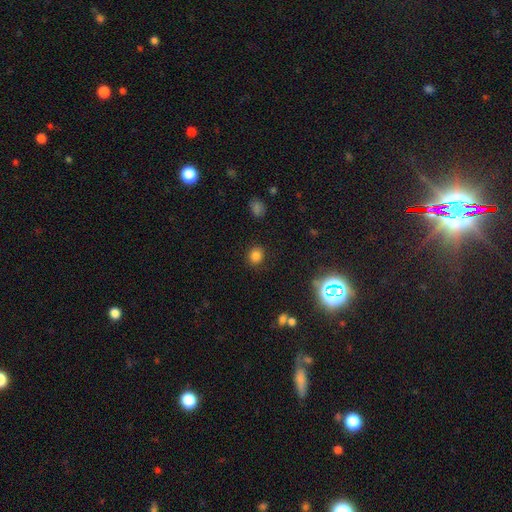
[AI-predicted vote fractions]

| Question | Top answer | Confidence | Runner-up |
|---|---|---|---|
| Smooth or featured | smooth | 80% | star or artifact (15%) |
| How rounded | round | 80% | in between (19%) |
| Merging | none | 88% | minor disturbance (8%) |